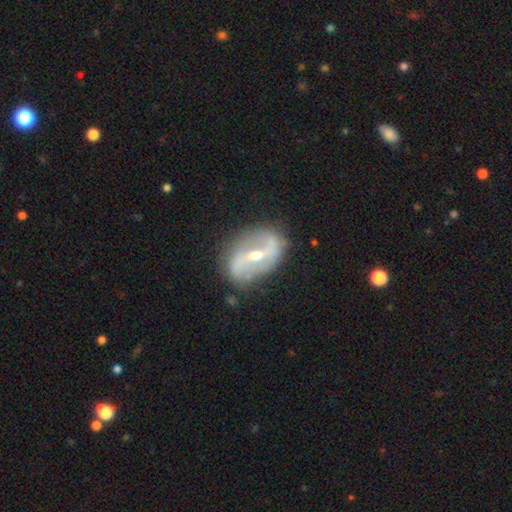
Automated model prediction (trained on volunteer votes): Morphology: type=featured or disk (83%); edge-on=no (95%); bar=strong (45%); spiral arms=yes (83%); winding=loose (58%); arm count=2 (88%); bulge=moderate (51%); merging=none (77%).